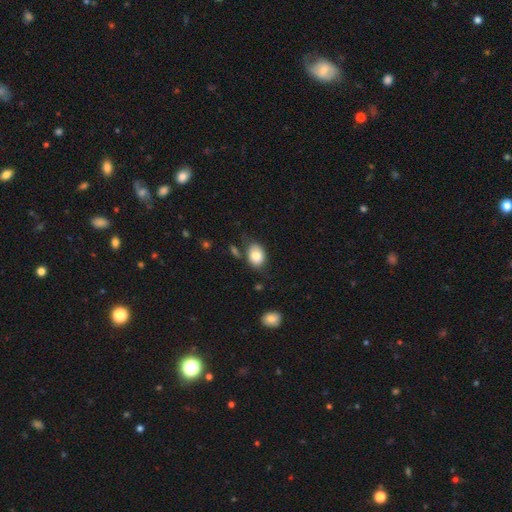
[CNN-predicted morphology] smooth-or-featured: smooth: 82% | featured or disk: 11% | star or artifact: 8%
  how-rounded: in between: 73% | round: 26% | cigar-shaped: 1%
  merging: none: 69% | minor disturbance: 19% | merger: 7% | major disturbance: 5%